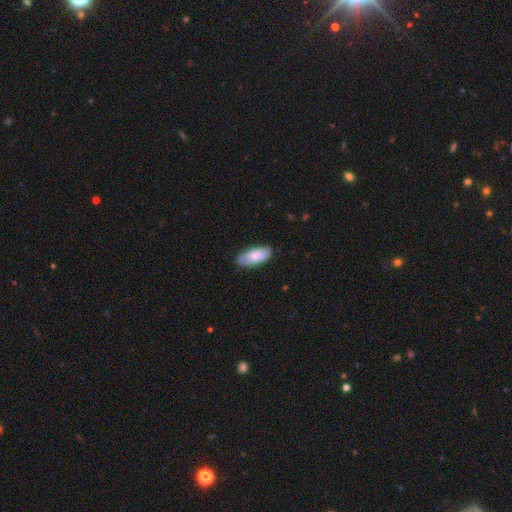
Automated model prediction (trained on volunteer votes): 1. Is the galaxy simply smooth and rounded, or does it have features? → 78% smooth, 16% featured or disk, 6% star or artifact.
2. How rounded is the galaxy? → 89% in between, 10% cigar-shaped, 2% round.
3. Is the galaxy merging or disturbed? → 79% none, 17% minor disturbance, 3% major disturbance, 1% merger.